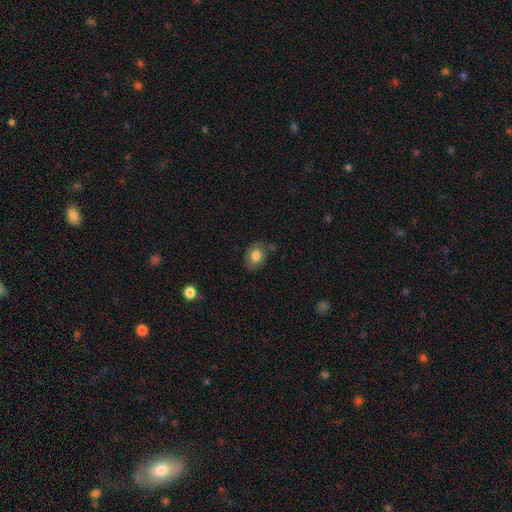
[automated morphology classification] This appears to be a smooth galaxy with no disk features (75%) that is in between round and cigar-shaped (63%). Merging: none (74%).